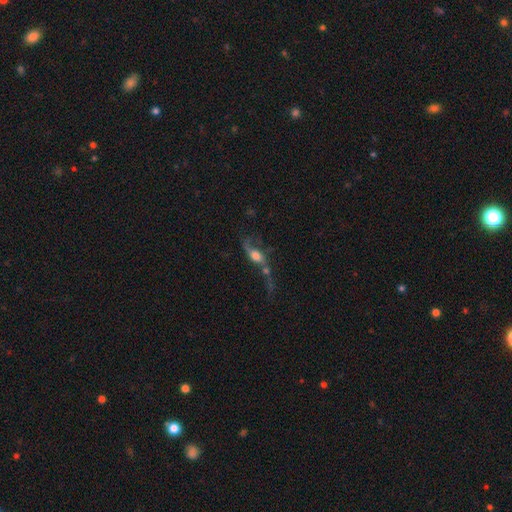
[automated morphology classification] The model was most divided on "merging": merger: 40%, major disturbance: 28%, none: 20%, minor disturbance: 12%. More confident: edge-on disk — no (79%); smooth or featured — featured or disk (53%).